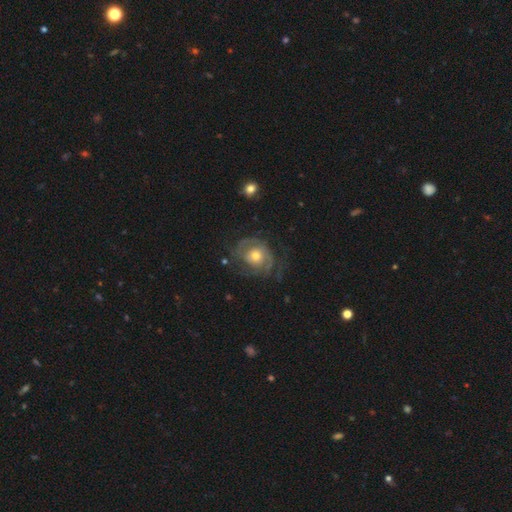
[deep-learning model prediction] Smooth or featured?
  - featured or disk: 67% *
  - smooth: 26%
  - star or artifact: 7%
Edge-on disk?
  - no: 97% *
  - yes: 3%
Bar?
  - no: 81% *
  - weak: 16%
  - strong: 3%
Spiral arms?
  - yes: 78% *
  - no: 22%
Spiral winding?
  - tight: 49% *
  - medium: 35%
  - loose: 16%
Spiral arm count?
  - can't tell: 37% *
  - 2: 32%
  - 3: 14%
  - 1: 9%
  - 4: 5%
  - more than 4: 4%
Bulge size?
  - moderate: 68% *
  - small: 23%
  - large: 8%
  - none: 1%
  - dominant: 1%
Merging?
  - none: 55% *
  - minor disturbance: 22%
  - major disturbance: 21%
  - merger: 2%